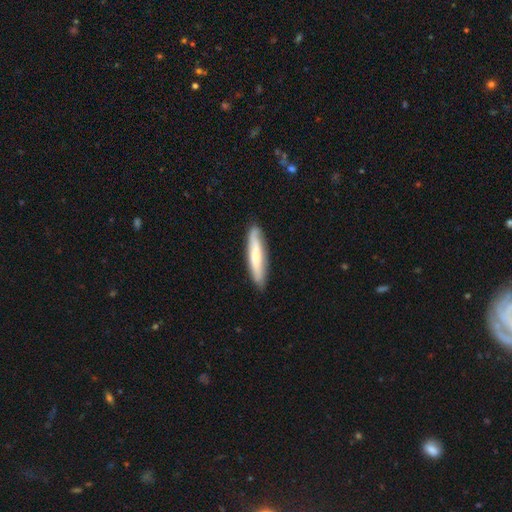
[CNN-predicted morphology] Smooth or featured: smooth — 56% (featured or disk — 38%)
How rounded: cigar-shaped — 84% (in between — 14%)
Merging: none — 84% (minor disturbance — 12%)